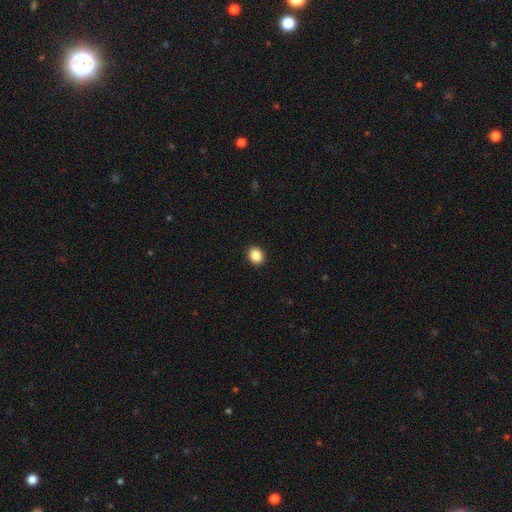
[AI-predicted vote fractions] Smooth or featured?
  - smooth: 87% *
  - star or artifact: 9%
  - featured or disk: 3%
How rounded?
  - round: 67% *
  - in between: 32%
  - cigar-shaped: 1%
Merging?
  - none: 92% *
  - minor disturbance: 5%
  - major disturbance: 2%
  - merger: 1%